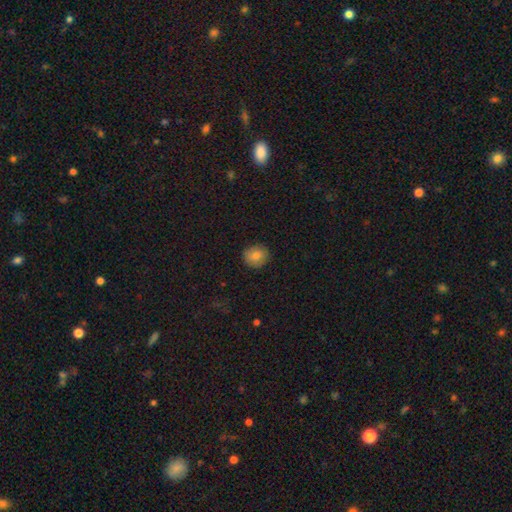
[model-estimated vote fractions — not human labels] smooth_or_featured: smooth (p=0.80) [alt: featured or disk p=0.10]
how_rounded: round (p=0.81) [alt: in between p=0.18]
merging: none (p=0.88) [alt: minor disturbance p=0.09]